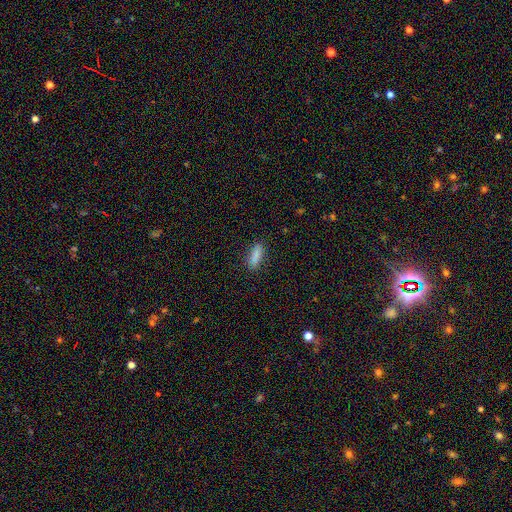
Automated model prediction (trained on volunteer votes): Overall: smooth (86%). How rounded: cigar-shaped (55%; in between 43%). Merging: none (87%).